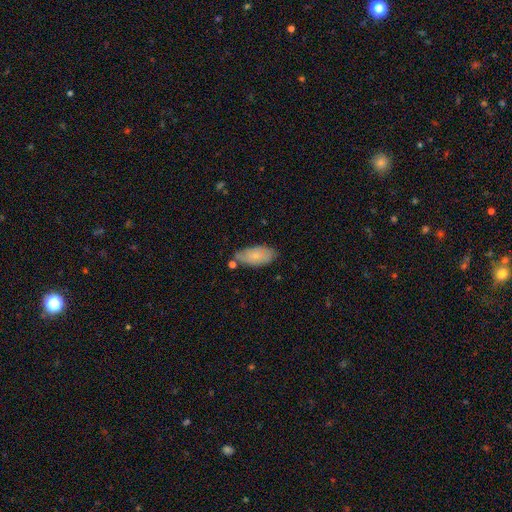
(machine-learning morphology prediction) smooth 70%, featured or disk 23%, star or artifact 7%. Down the decision tree: how rounded — in between (91%); merging — none (63%).